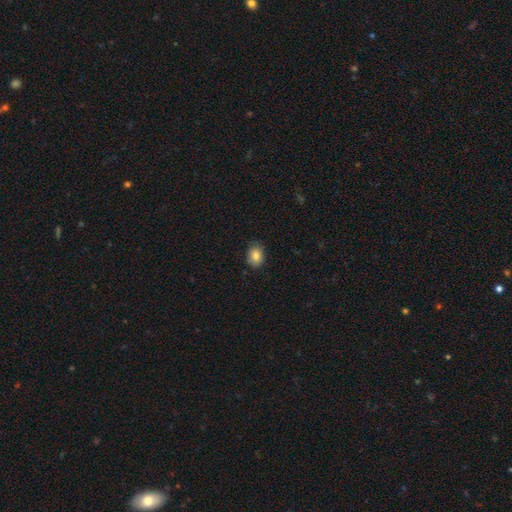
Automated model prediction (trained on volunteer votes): Smooth or featured: smooth — 83% (star or artifact — 9%)
How rounded: in between — 61% (round — 38%)
Merging: none — 83% (minor disturbance — 13%)